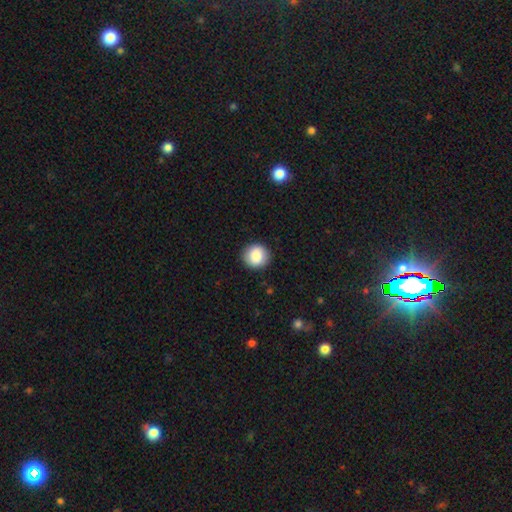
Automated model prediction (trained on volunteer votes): smooth_or_featured: smooth (p=0.86) [alt: star or artifact p=0.07]
how_rounded: round (p=0.90) [alt: in between p=0.09]
merging: none (p=0.89) [alt: minor disturbance p=0.08]